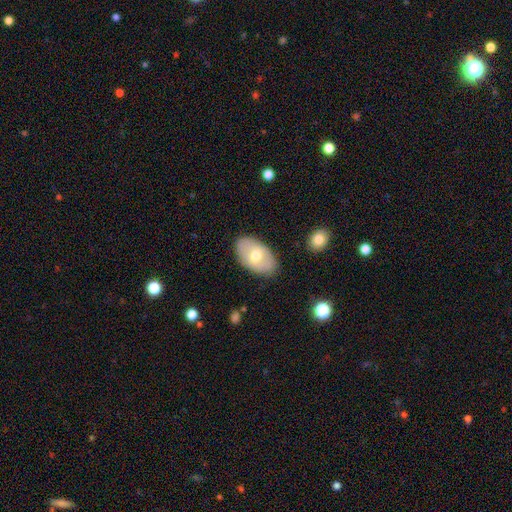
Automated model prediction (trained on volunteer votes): A smooth galaxy with no disk features (60%) that is in between round and cigar-shaped (92%).

Vote fractions:
- Smooth or featured? smooth: 60% / featured or disk: 34% / star or artifact: 6%
- How rounded? in between: 92% / round: 7% / cigar-shaped: 1%
- Merging? none: 83% / minor disturbance: 12% / major disturbance: 3% / merger: 2%